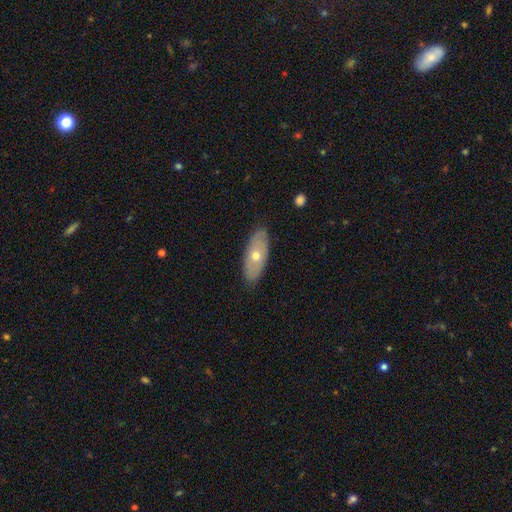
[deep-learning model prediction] Smooth or featured? smooth (49%)
Merging? none (85%)